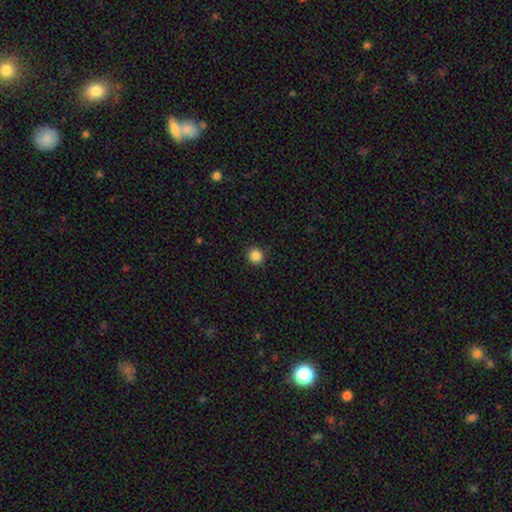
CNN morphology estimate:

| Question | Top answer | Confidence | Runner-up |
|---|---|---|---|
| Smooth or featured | smooth | 86% | star or artifact (11%) |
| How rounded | round | 89% | in between (10%) |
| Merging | none | 91% | minor disturbance (6%) |